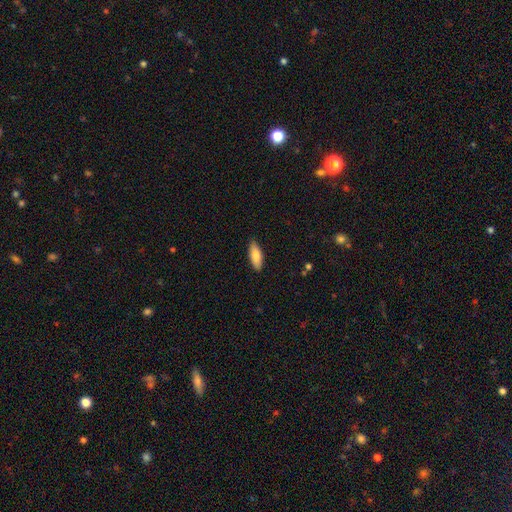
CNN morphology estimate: Smooth or featured? Predicted: smooth (p=0.82). How rounded? Predicted: in between (p=0.70). Merging? Predicted: none (p=0.89).